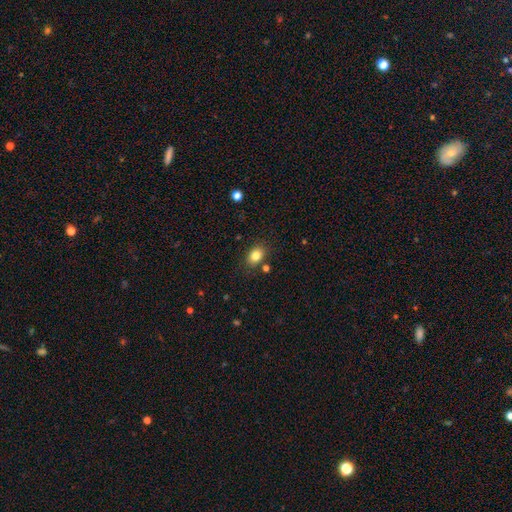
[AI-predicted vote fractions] Overall: smooth (83%). How rounded: in between (64%; round 35%). Merging: none (82%).